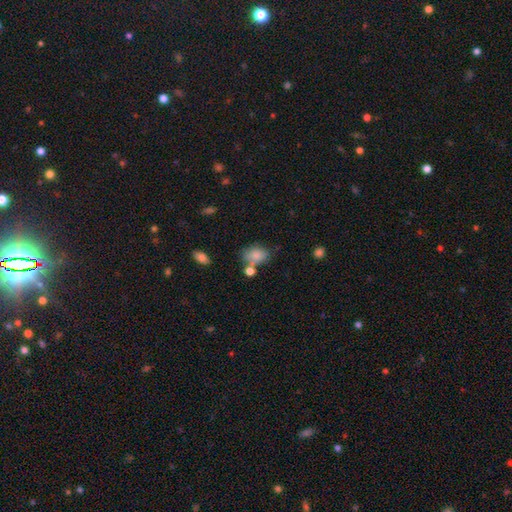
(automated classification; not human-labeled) This appears to be a smooth galaxy with no disk features (81%) that is in between round and cigar-shaped (77%). Merging: none (52%).